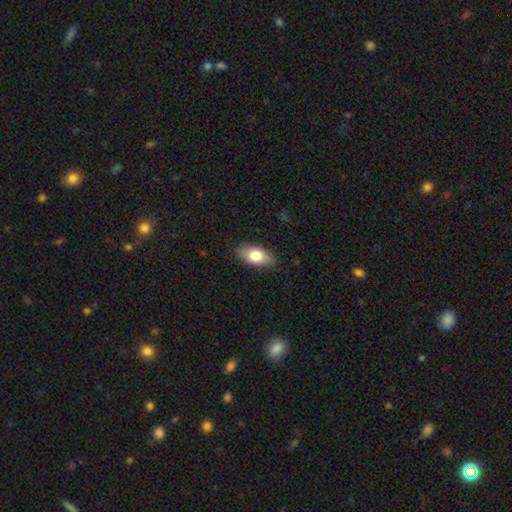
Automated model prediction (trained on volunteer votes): Smooth or featured?
  - smooth: 76% *
  - featured or disk: 17%
  - star or artifact: 7%
How rounded?
  - in between: 89% *
  - cigar-shaped: 6%
  - round: 5%
Merging?
  - none: 85% *
  - minor disturbance: 11%
  - major disturbance: 2%
  - merger: 1%